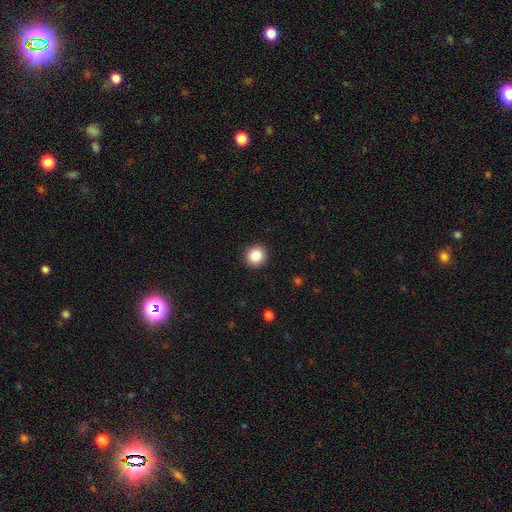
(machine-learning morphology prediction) Smooth or featured: smooth — 86% (star or artifact — 10%)
How rounded: round — 94% (in between — 6%)
Merging: none — 93% (minor disturbance — 5%)